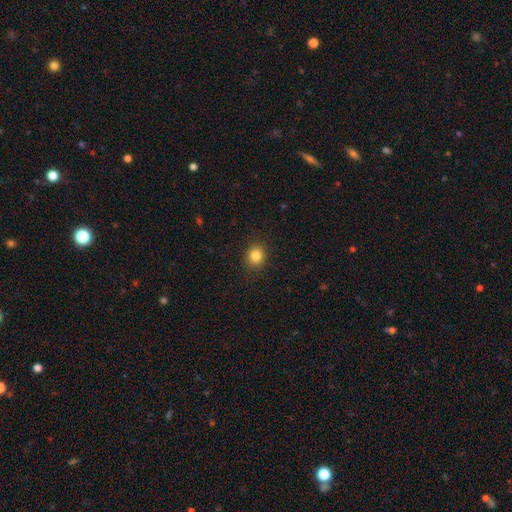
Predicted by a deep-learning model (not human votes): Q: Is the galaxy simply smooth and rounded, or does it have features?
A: smooth — 83%.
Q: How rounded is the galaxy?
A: round — 78%.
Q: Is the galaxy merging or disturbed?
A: none — 89%.